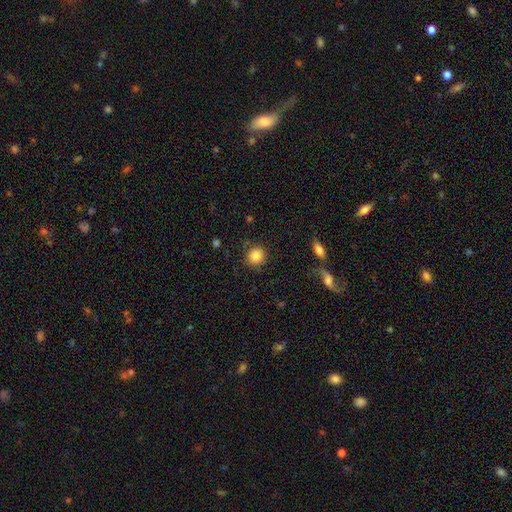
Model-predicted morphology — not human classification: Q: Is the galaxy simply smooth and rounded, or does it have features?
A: smooth — 85%.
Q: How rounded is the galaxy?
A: round — 91%.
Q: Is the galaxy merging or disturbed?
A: none — 87%.